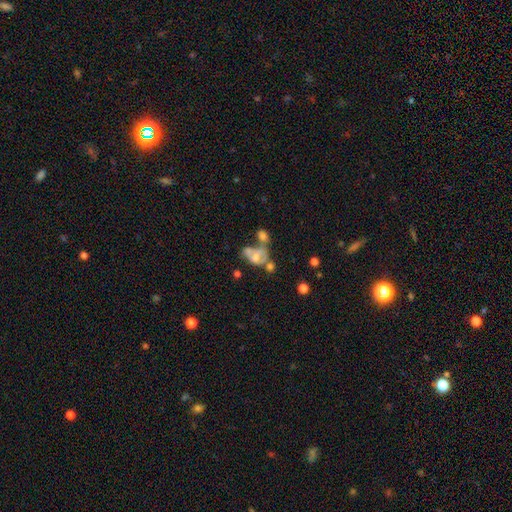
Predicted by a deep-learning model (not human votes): smooth_or_featured: featured or disk (p=0.46) [alt: smooth p=0.42]
merging: merger (p=0.49) [alt: major disturbance p=0.19]